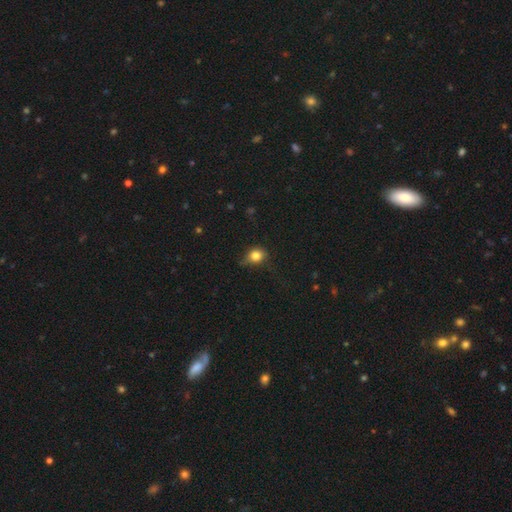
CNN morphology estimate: A smooth galaxy with no disk features (81%) that is round (58%). Merging: none (61%).